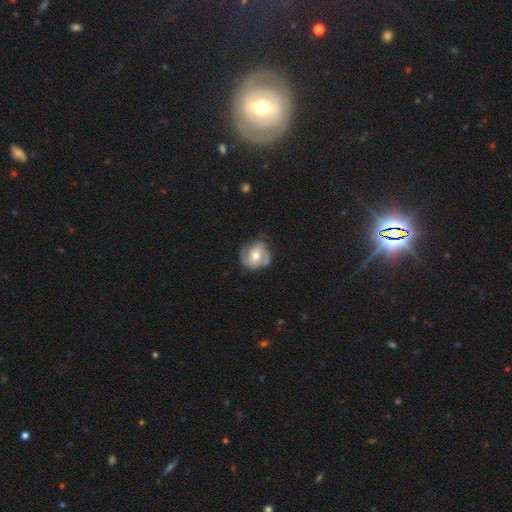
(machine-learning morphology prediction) smooth_or_featured: featured or disk (p=0.67) [alt: smooth p=0.27]
disk_edge_on: no (p=0.97) [alt: yes p=0.03]
bar: no (p=0.61) [alt: weak p=0.29]
has_spiral_arms: yes (p=0.87) [alt: no p=0.13]
spiral_winding: medium (p=0.42) [alt: tight p=0.41]
spiral_arm_count: 2 (p=0.57) [alt: 3 p=0.17]
bulge_size: moderate (p=0.73) [alt: small p=0.18]
merging: none (p=0.63) [alt: minor disturbance p=0.25]